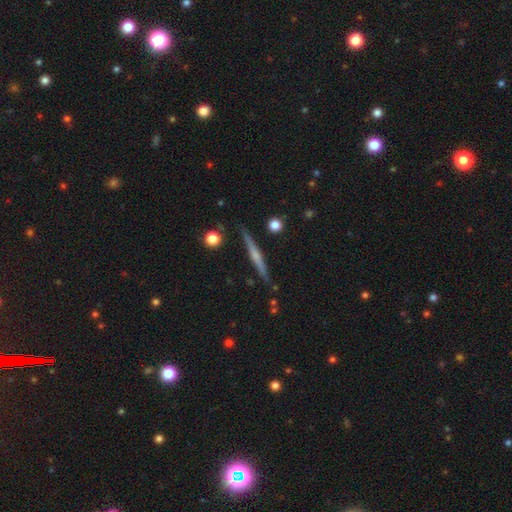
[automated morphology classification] Smooth or featured? Predicted: featured or disk (p=0.63). Edge-on disk? Predicted: yes (p=0.98). Edge-on bulge? Predicted: rounded (p=0.54). Merging? Predicted: none (p=0.88).